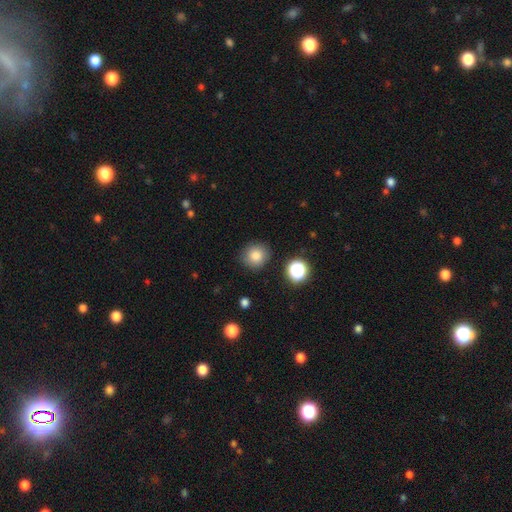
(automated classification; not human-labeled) Q: Smooth or featured?
A: smooth (83%); runner-up: star or artifact (11%)
Q: How rounded?
A: round (86%); runner-up: in between (13%)
Q: Merging?
A: none (86%); runner-up: minor disturbance (9%)